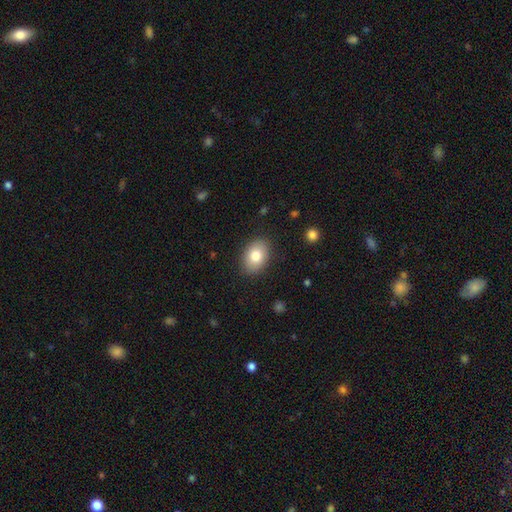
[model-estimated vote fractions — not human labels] smooth_or_featured: smooth (p=0.80) [alt: featured or disk p=0.12]
how_rounded: in between (p=0.82) [alt: round p=0.17]
merging: none (p=0.86) [alt: minor disturbance p=0.10]